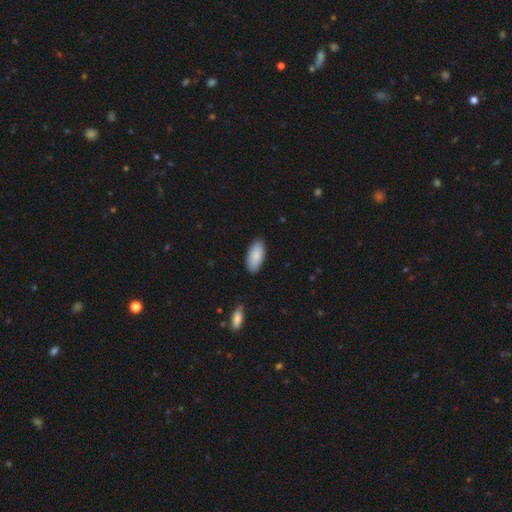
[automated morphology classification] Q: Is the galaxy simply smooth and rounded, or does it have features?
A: smooth — 87%.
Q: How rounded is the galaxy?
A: in between — 92%.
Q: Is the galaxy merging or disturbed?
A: none — 86%.